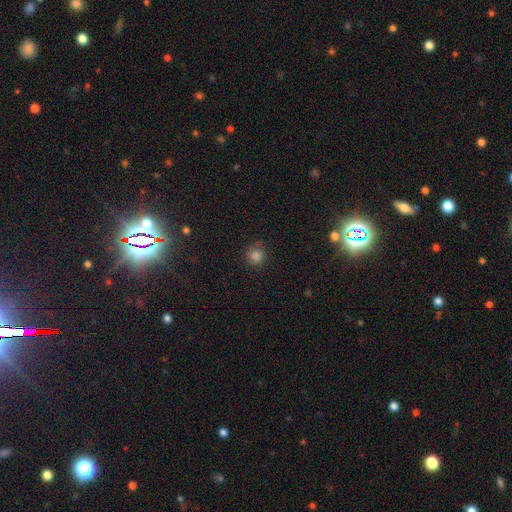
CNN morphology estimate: smooth 81%, star or artifact 14%, featured or disk 4%. Down the decision tree: how rounded — round (92%); merging — none (79%).